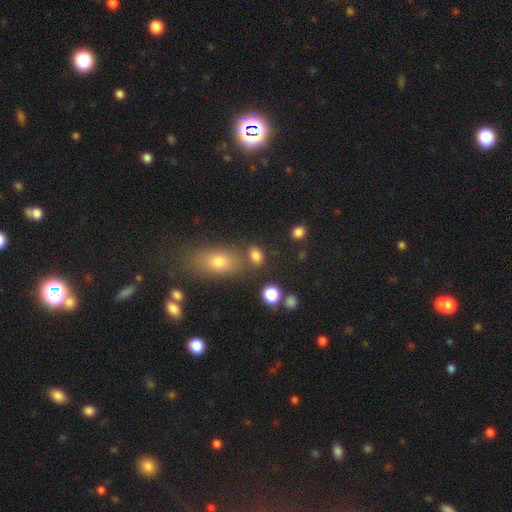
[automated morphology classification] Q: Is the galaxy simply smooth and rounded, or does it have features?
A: smooth — 81%.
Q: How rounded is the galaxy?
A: in between — 72%.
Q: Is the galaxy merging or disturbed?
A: none — 65%.